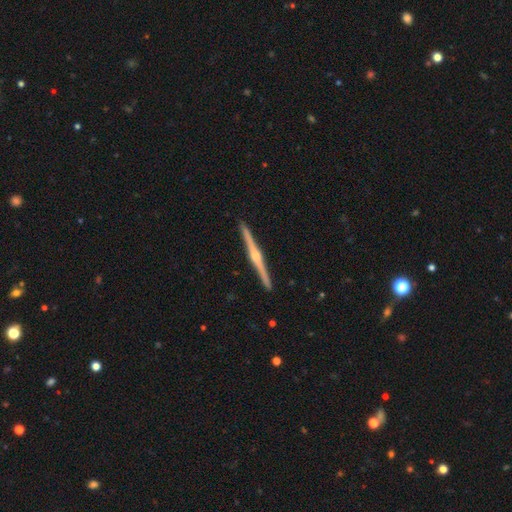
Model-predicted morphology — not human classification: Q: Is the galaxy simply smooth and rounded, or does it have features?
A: featured or disk — 86%.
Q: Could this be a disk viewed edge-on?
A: yes — 99%.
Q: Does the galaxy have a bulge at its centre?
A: rounded — 88%.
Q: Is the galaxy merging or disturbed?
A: none — 94%.